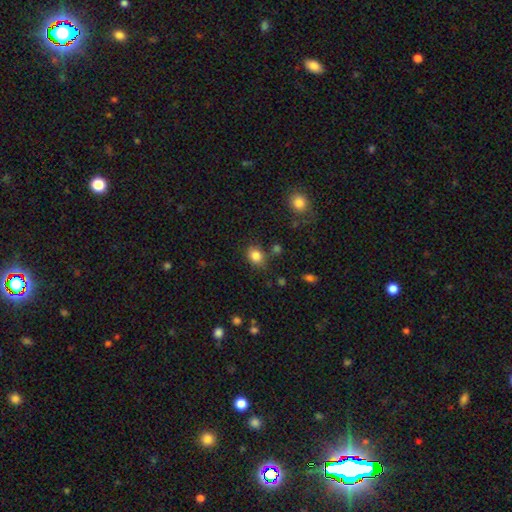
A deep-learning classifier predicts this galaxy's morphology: type=smooth (83%); roundness=in between (51%); merging=none (77%).